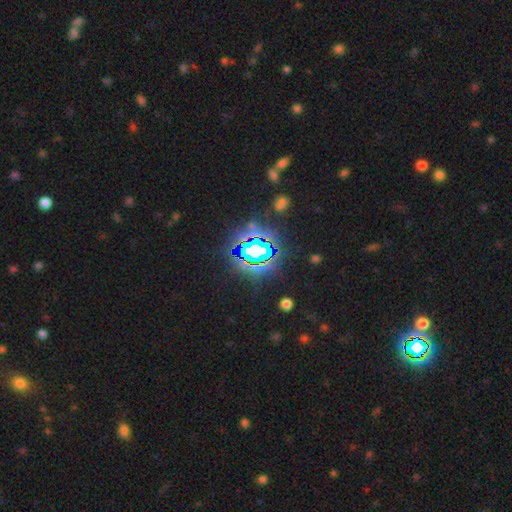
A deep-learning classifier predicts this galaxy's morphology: Smooth or featured? star or artifact (77%)